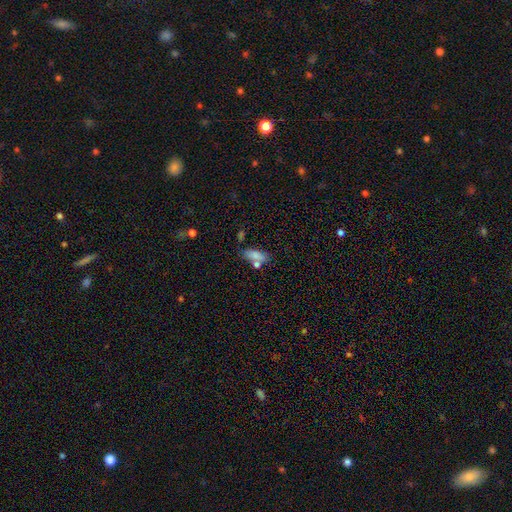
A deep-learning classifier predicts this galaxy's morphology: Smooth or featured: smooth — 79% (featured or disk — 11%)
How rounded: in between — 75% (cigar-shaped — 21%)
Merging: none — 60% (merger — 18%)